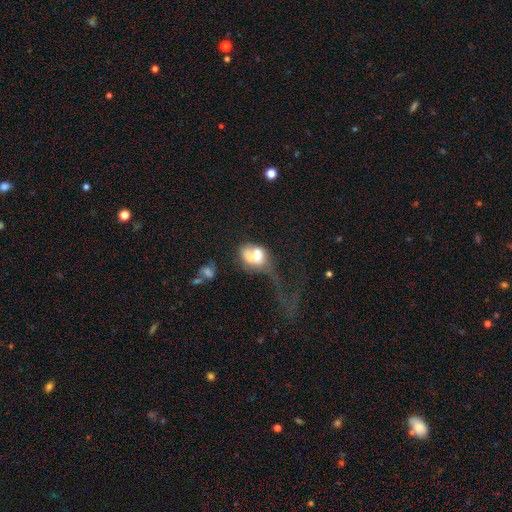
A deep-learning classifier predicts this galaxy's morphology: Smooth or featured?
  - smooth: 56% *
  - featured or disk: 33%
  - star or artifact: 10%
How rounded?
  - in between: 69% *
  - round: 29%
  - cigar-shaped: 2%
Merging?
  - major disturbance: 43% *
  - merger: 32%
  - minor disturbance: 13%
  - none: 12%